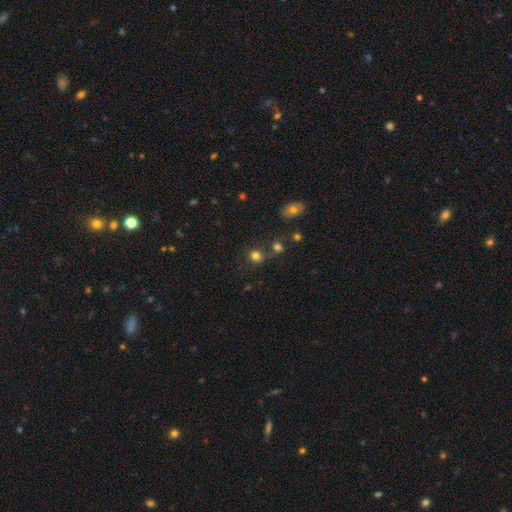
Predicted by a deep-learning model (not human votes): smooth 77%, star or artifact 16%, featured or disk 7%. Down the decision tree: how rounded — round (80%); merging — none (71%).